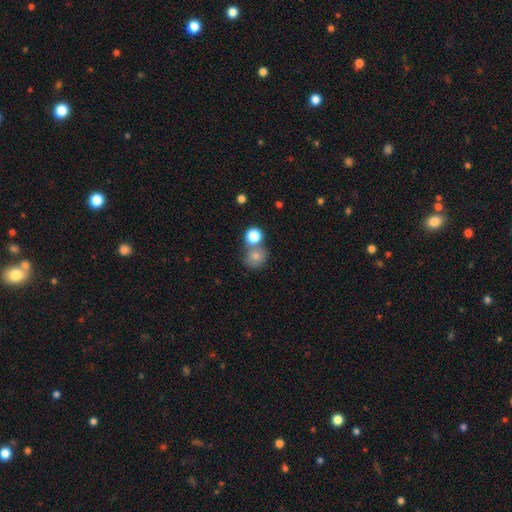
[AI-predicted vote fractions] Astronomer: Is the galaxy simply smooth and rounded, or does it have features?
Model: smooth — 77%.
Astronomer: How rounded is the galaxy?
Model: round — 81%.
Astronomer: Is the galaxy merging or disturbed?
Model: none — 50% (runner-up: merger, 34%).